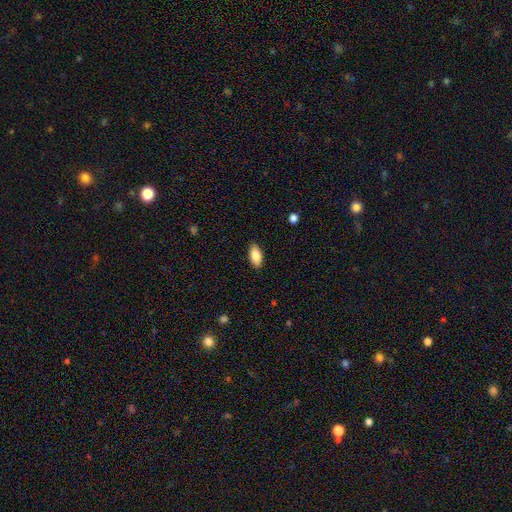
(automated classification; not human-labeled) smooth_or_featured: smooth (p=0.85) [alt: featured or disk p=0.08]
how_rounded: in between (p=0.91) [alt: cigar-shaped p=0.06]
merging: none (p=0.88) [alt: minor disturbance p=0.09]